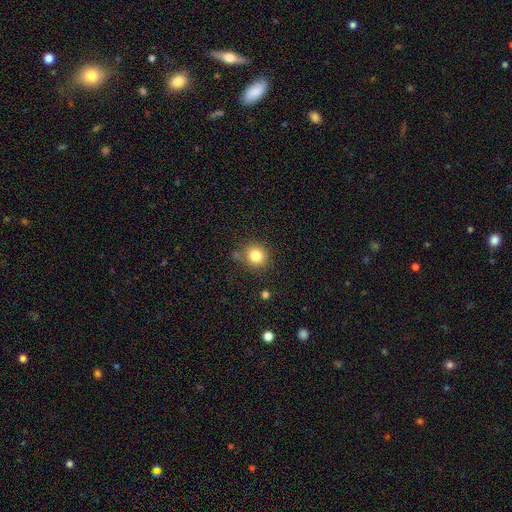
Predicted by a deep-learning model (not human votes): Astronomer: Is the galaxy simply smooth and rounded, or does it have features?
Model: smooth — 82%.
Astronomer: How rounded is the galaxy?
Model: round — 86%.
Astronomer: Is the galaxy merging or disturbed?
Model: none — 77%.